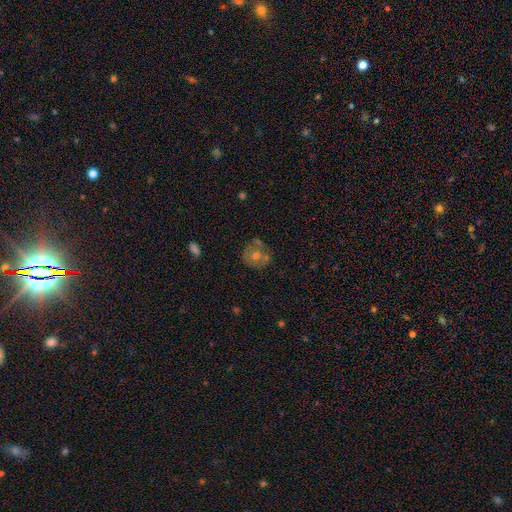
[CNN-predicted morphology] Smooth or featured?
  - smooth: 55% *
  - featured or disk: 34%
  - star or artifact: 11%
How rounded?
  - round: 86% *
  - in between: 13%
  - cigar-shaped: 1%
Merging?
  - none: 63% *
  - minor disturbance: 17%
  - merger: 14%
  - major disturbance: 6%